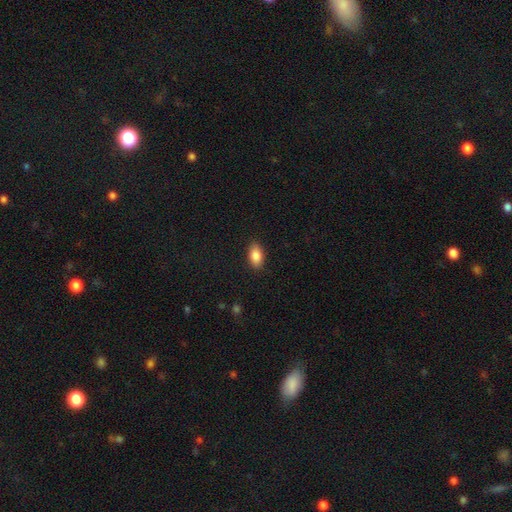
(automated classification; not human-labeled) The model was most divided on "smooth or featured": smooth: 87%, star or artifact: 7%, featured or disk: 6%. More confident: how rounded — in between (91%); merging — none (88%).